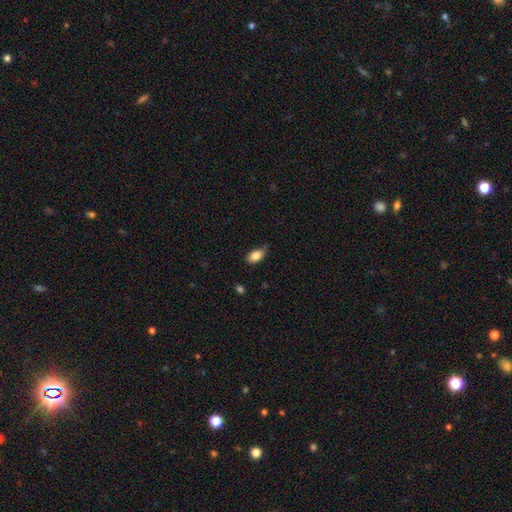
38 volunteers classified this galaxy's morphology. type=smooth (95%); roundness=in between (97%); merging=none (62%).